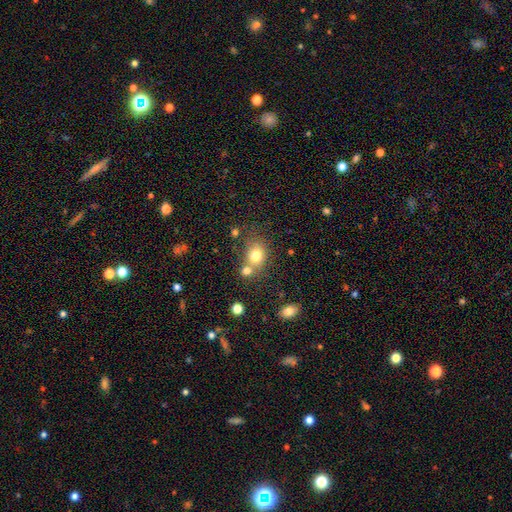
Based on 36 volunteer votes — Smooth or featured? 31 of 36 (86%) said smooth. How rounded? 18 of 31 (58%) said round. Merging? 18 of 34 (53%) said none.